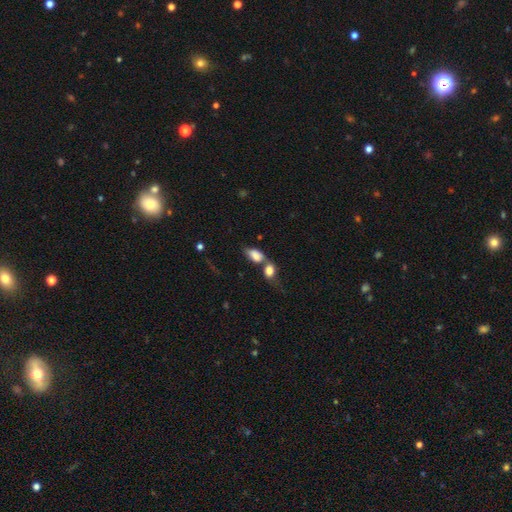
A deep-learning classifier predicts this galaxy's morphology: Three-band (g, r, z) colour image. It shows a smooth galaxy with no disk features (82%) that is in between round and cigar-shaped (88%). Merging: merger (57%).